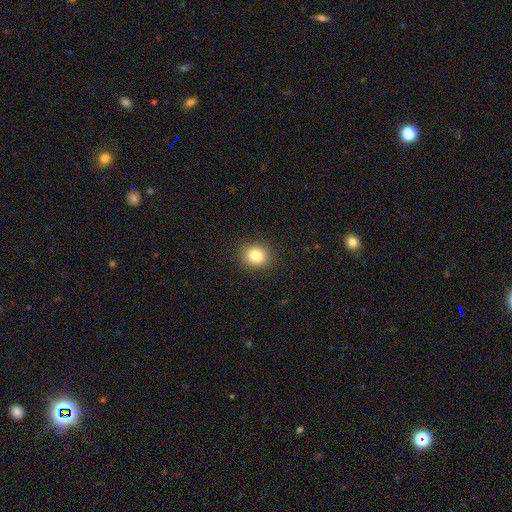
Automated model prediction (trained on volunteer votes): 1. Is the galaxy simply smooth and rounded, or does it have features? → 82% smooth, 11% star or artifact, 7% featured or disk.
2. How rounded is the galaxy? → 70% round, 29% in between, 1% cigar-shaped.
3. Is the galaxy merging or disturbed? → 90% none, 7% minor disturbance, 2% major disturbance, 1% merger.